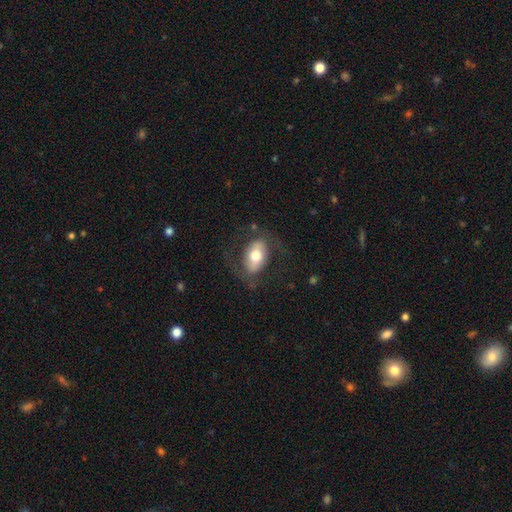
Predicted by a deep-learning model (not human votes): Morphology: type=smooth (58%); roundness=in between (88%); merging=none (71%).